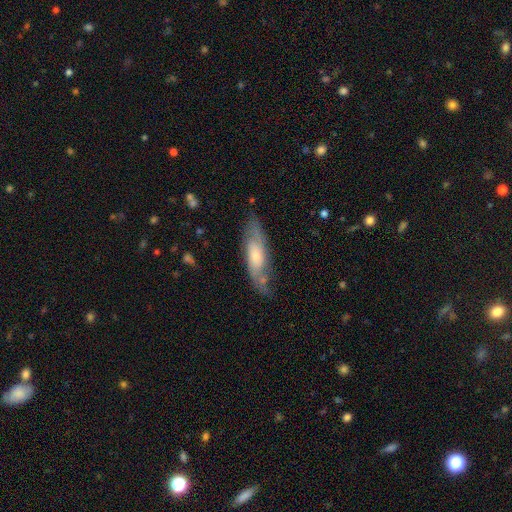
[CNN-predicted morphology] Smooth or featured: featured or disk — 56% (smooth — 38%)
Edge-on disk: no — 71% (yes — 29%)
Merging: none — 67% (minor disturbance — 22%)